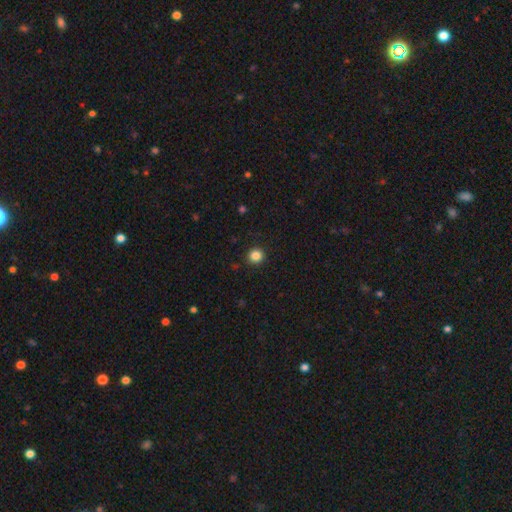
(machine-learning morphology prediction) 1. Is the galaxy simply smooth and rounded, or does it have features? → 85% smooth, 11% star or artifact, 4% featured or disk.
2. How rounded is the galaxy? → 93% round, 6% in between, 1% cigar-shaped.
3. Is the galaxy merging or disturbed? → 92% none, 5% minor disturbance, 2% major disturbance, 1% merger.